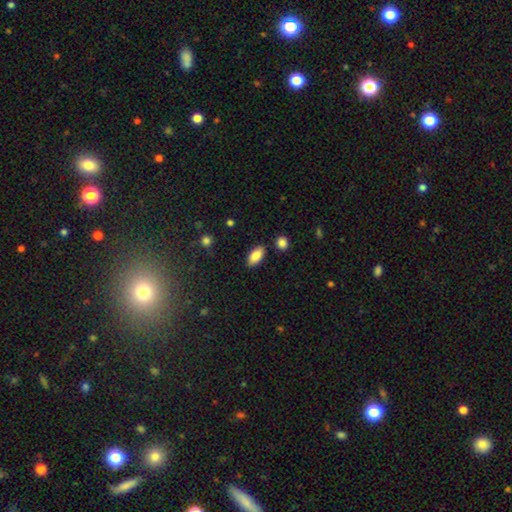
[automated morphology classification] smooth-or-featured: smooth: 85% | featured or disk: 8% | star or artifact: 7%
  how-rounded: in between: 90% | cigar-shaped: 7% | round: 3%
  merging: none: 86% | minor disturbance: 9% | merger: 3% | major disturbance: 2%